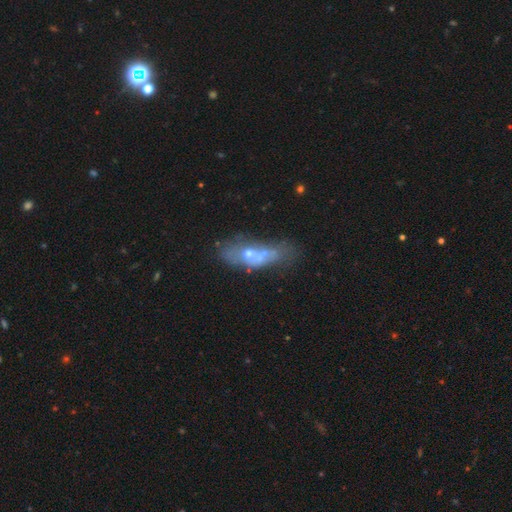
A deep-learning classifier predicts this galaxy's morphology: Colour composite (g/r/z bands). It shows a featured or disk galaxy (48%). Merging: merger (29%, tied with none).